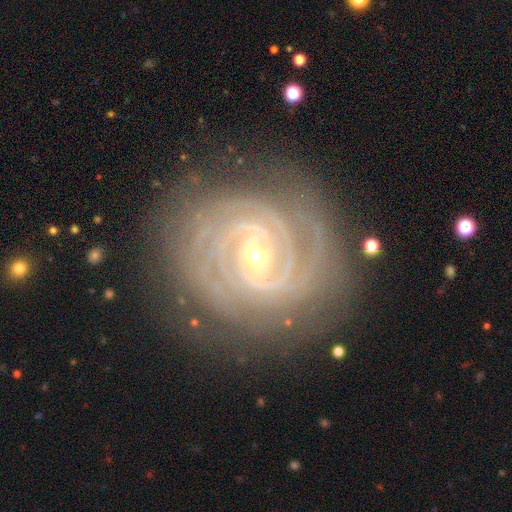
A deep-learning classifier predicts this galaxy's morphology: smooth-or-featured: featured or disk: 92% | star or artifact: 5% | smooth: 3%
  disk-edge-on: no: 97% | yes: 3%
    bar: weak: 42% | strong: 30% | no: 28%
    has-spiral-arms: yes: 99% | no: 1%
      spiral-winding: tight: 84% | medium: 14% | loose: 2%
      spiral-arm-count: 2: 34% | 3: 23% | 4: 15% | can't tell: 13% | more than 4: 8% | 1: 6%
    bulge-size: small: 70% | moderate: 28% | large: 1% | none: 1% | dominant: 1%
  merging: none: 83% | minor disturbance: 12% | major disturbance: 4% | merger: 1%